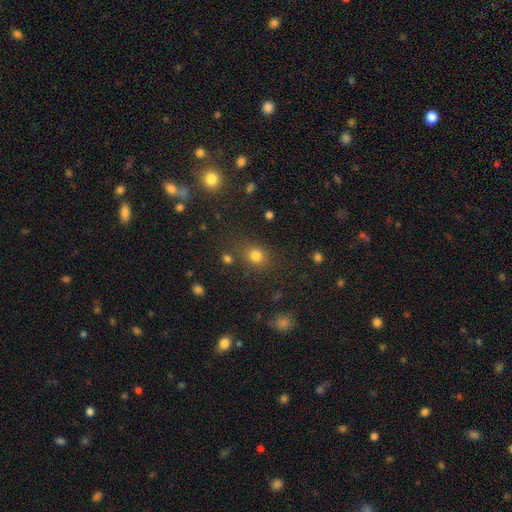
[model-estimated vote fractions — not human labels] smooth_or_featured: smooth (p=0.78) [alt: star or artifact p=0.16]
how_rounded: round (p=0.66) [alt: in between p=0.32]
merging: none (p=0.75) [alt: minor disturbance p=0.12]